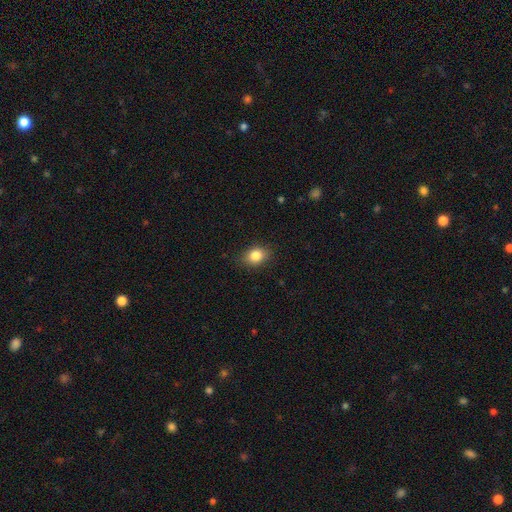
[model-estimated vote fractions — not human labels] Smooth or featured: smooth — 84% (star or artifact — 9%)
How rounded: in between — 66% (round — 33%)
Merging: none — 85% (minor disturbance — 11%)